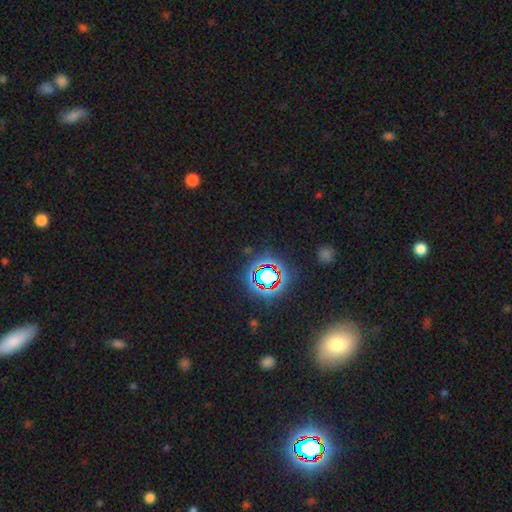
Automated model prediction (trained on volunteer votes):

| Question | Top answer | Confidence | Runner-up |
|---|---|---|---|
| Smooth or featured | star or artifact | 71% | smooth (18%) |